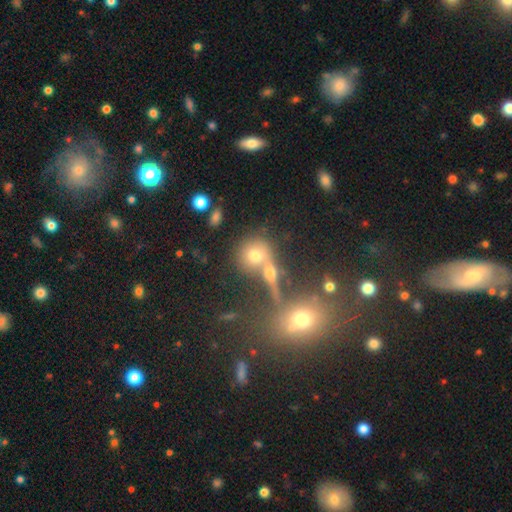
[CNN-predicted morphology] This appears to be a smooth galaxy with no disk features (62%) that is round (77%). Merging: none (46%).